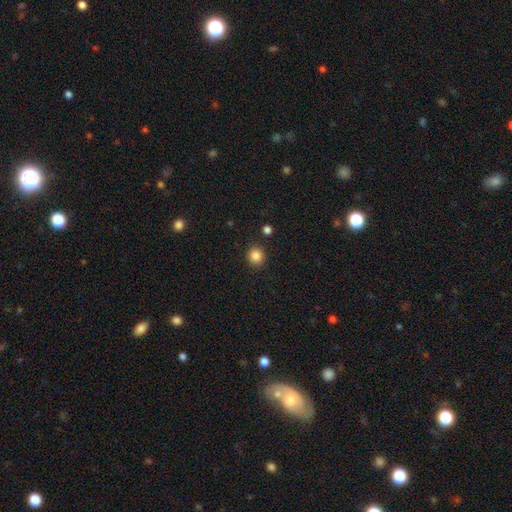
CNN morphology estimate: Q: Smooth or featured?
A: smooth (85%); runner-up: star or artifact (11%)
Q: How rounded?
A: round (90%); runner-up: in between (9%)
Q: Merging?
A: none (90%); runner-up: minor disturbance (6%)